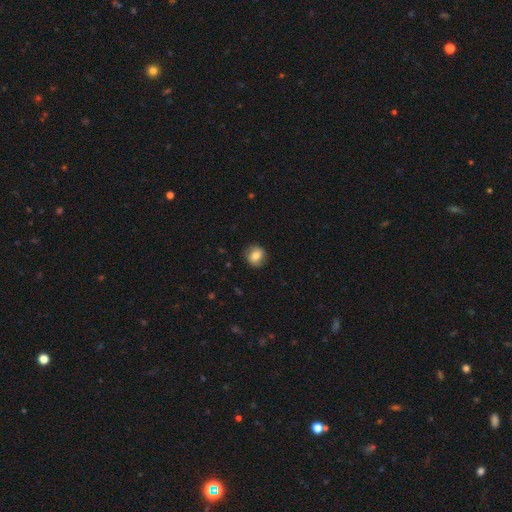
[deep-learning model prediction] This is likely a smooth galaxy (74%). How rounded: clearly round (85%). Merging: clearly none (85%).